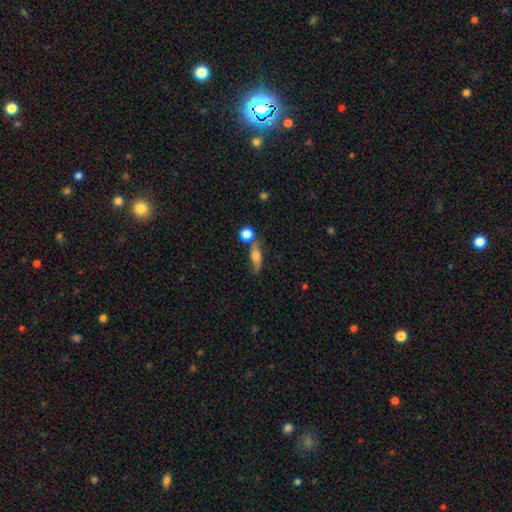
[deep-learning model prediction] This is possibly a smooth galaxy (56%). How rounded: possibly cigar-shaped (50%). Merging: possibly none (59%).